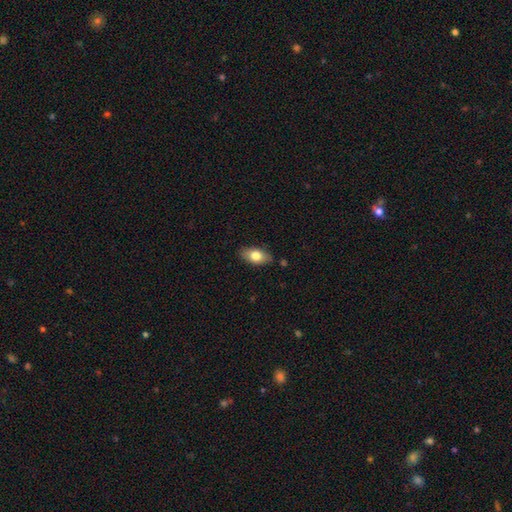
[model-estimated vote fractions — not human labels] Morphology: type=smooth (76%); roundness=in between (89%); merging=none (83%).